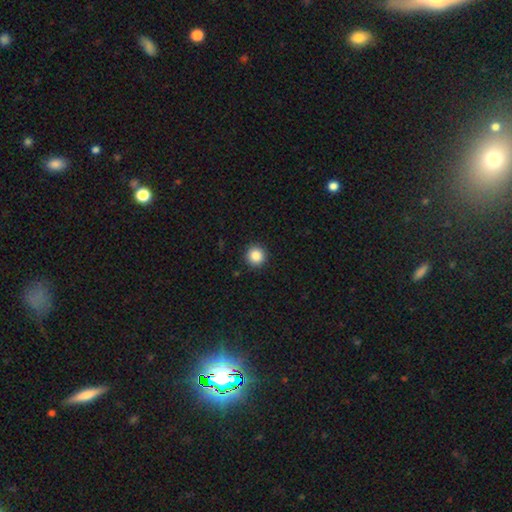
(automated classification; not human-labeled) The model was most divided on "smooth or featured": smooth: 87%, star or artifact: 10%, featured or disk: 3%. More confident: how rounded — round (95%); merging — none (92%).